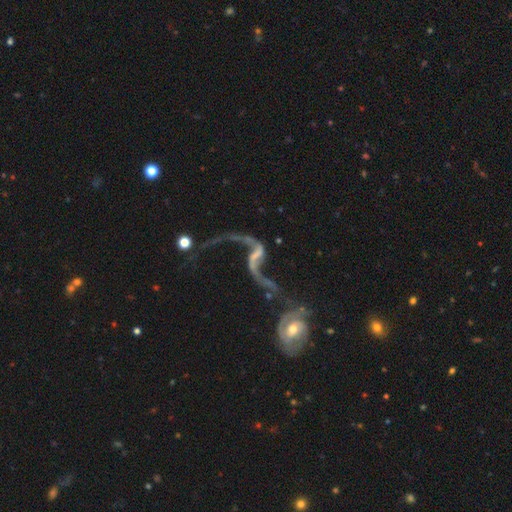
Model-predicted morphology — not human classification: type=featured or disk (89%); edge-on=no (96%); bar=weak (38%); spiral arms=yes (93%); winding=loose (95%); arm count=2 (92%); bulge=none (57%); merging=none (39%).